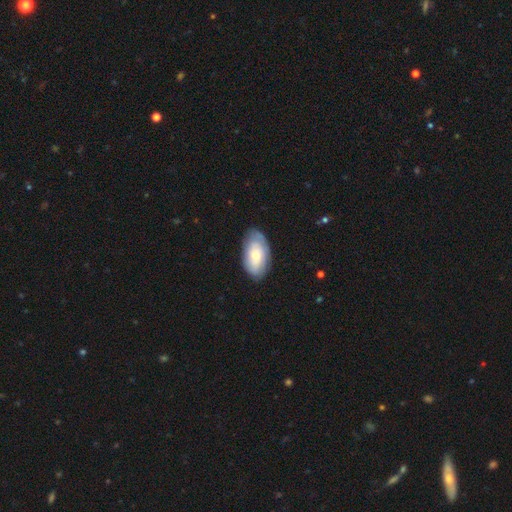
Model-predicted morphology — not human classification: type=smooth (60%); roundness=in between (93%); merging=none (77%).